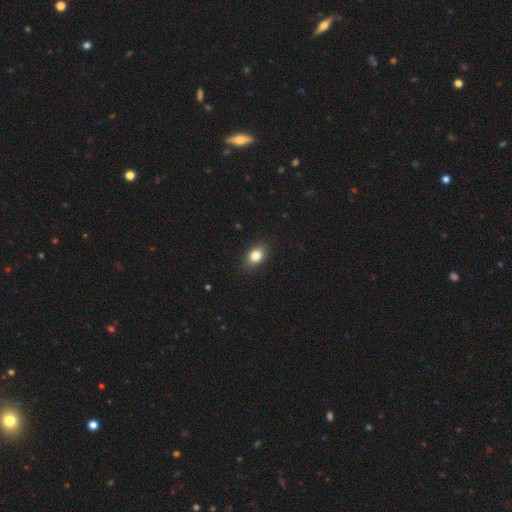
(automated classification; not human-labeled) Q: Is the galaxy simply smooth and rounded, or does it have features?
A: smooth — 83%.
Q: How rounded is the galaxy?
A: in between — 75%.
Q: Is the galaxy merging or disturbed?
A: none — 87%.